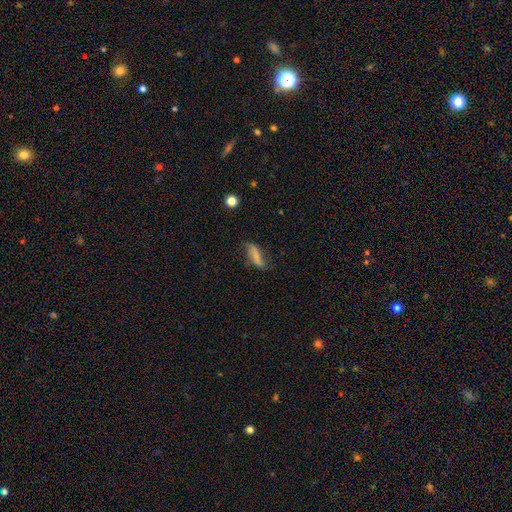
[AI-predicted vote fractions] Smooth or featured? smooth (47%)
Merging? none (53%)